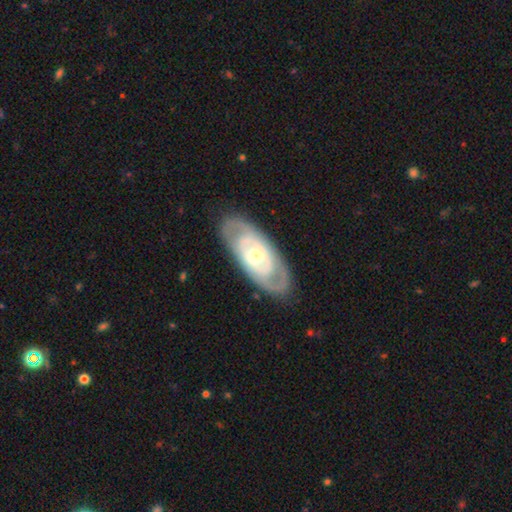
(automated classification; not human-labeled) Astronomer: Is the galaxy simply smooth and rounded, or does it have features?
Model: featured or disk — 76%.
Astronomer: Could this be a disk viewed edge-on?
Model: no — 89%.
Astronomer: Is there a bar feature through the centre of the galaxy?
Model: no — 73%.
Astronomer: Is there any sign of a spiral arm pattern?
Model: yes — 53% (runner-up: no, 47%).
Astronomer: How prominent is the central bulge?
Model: moderate — 57% (runner-up: small, 37%).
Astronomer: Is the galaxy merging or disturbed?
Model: none — 83%.